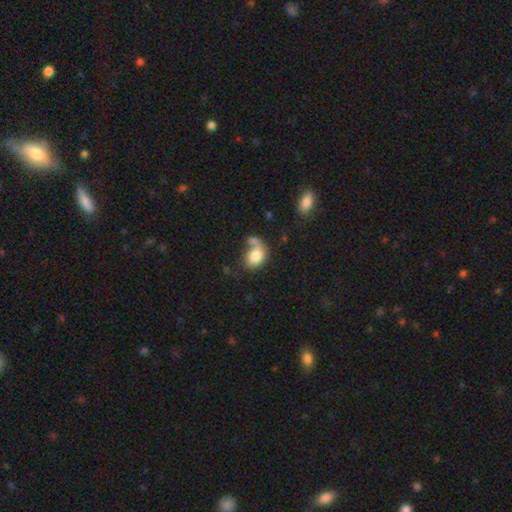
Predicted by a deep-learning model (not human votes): smooth-or-featured: smooth: 77% | featured or disk: 16% | star or artifact: 8%
  how-rounded: in between: 68% | round: 31% | cigar-shaped: 1%
  merging: merger: 36% | none: 32% | major disturbance: 16% | minor disturbance: 16%